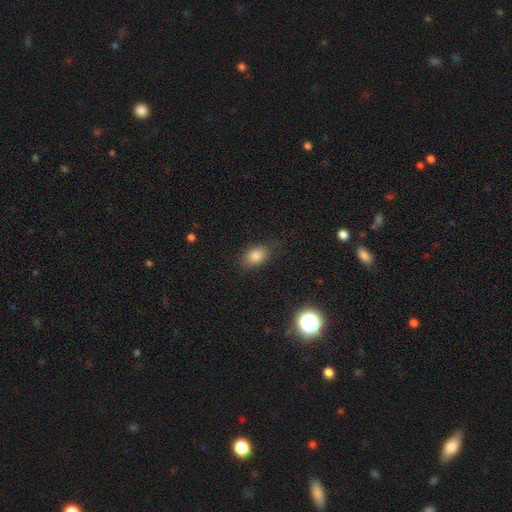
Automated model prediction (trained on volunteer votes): The model was most divided on "merging": none: 81%, minor disturbance: 14%, major disturbance: 4%, merger: 1%. More confident: how rounded — in between (83%); smooth or featured — smooth (83%).